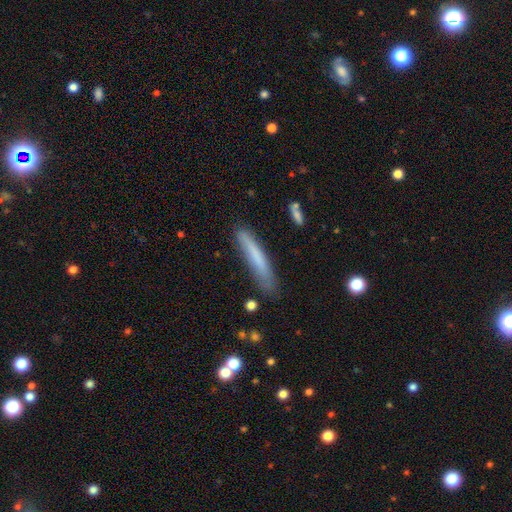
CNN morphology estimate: smooth-or-featured: smooth: 71% | featured or disk: 22% | star or artifact: 7%
  how-rounded: cigar-shaped: 93% | in between: 6% | round: 1%
  merging: none: 76% | minor disturbance: 18% | major disturbance: 4% | merger: 3%